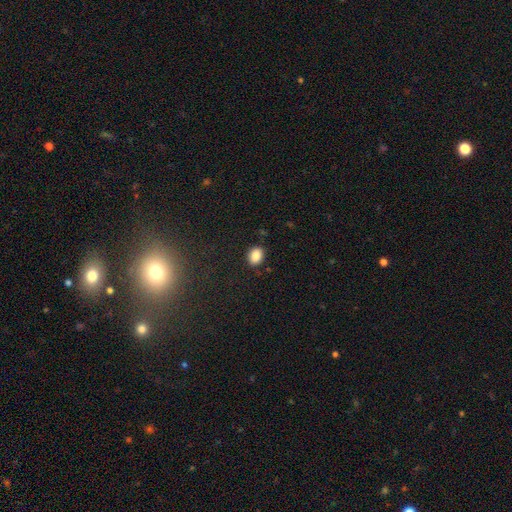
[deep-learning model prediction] A smooth galaxy with no disk features (87%) that is in between round and cigar-shaped (62%).

Vote fractions:
- Smooth or featured? smooth: 87% / star or artifact: 9% / featured or disk: 4%
- How rounded? in between: 62% / round: 37% / cigar-shaped: 1%
- Merging? none: 87% / minor disturbance: 9% / major disturbance: 2% / merger: 1%